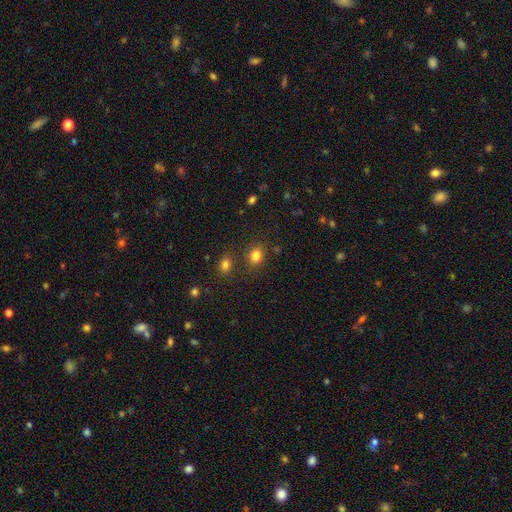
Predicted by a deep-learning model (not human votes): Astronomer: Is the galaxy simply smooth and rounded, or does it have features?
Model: smooth — 82%.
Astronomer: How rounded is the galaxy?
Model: round — 53% (runner-up: in between, 46%).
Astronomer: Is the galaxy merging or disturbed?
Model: none — 76%.